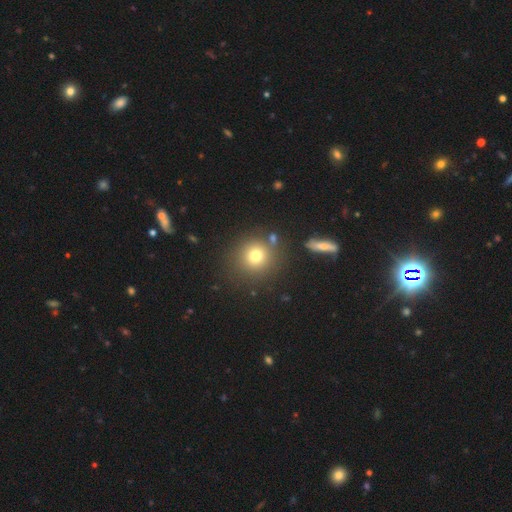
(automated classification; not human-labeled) smooth 75%, star or artifact 14%, featured or disk 11%. Down the decision tree: how rounded — round (91%); merging — none (80%).